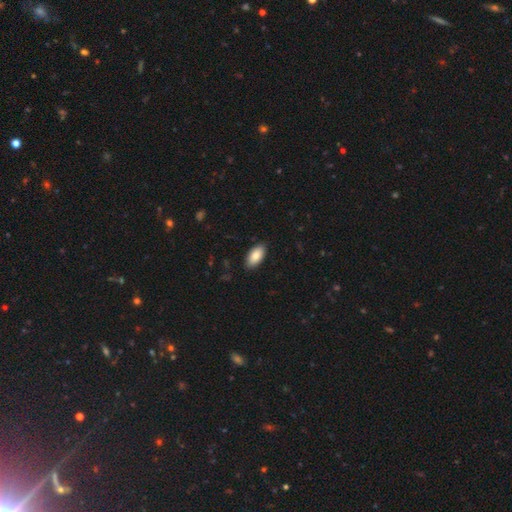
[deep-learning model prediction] This is clearly a smooth galaxy (84%). How rounded: clearly in between (94%). Merging: clearly none (87%).